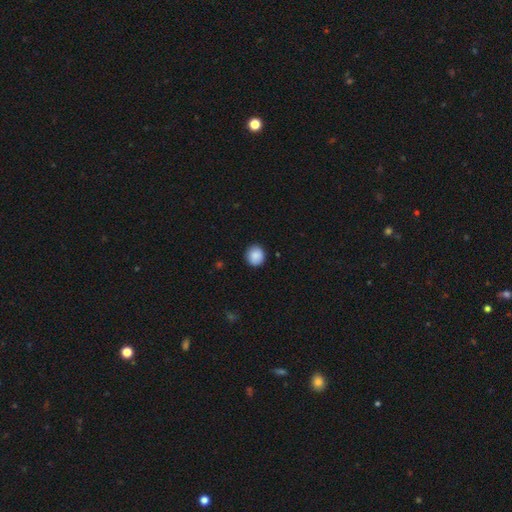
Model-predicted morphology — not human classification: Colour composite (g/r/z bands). It shows a smooth galaxy with no disk features (89%) that is round (92%). Merging: none (90%).